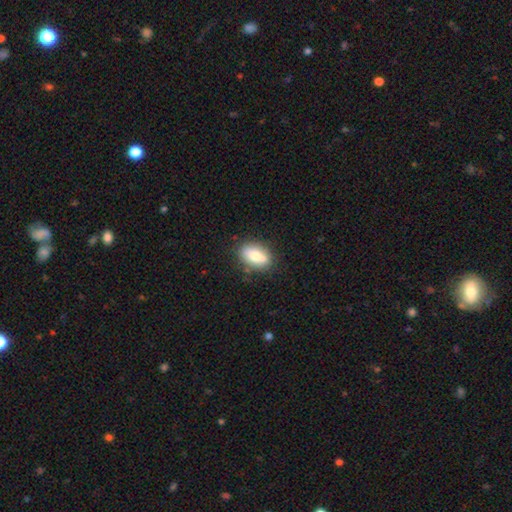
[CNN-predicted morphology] smooth-or-featured: smooth: 70% | featured or disk: 22% | star or artifact: 8%
  how-rounded: in between: 84% | round: 11% | cigar-shaped: 5%
  merging: none: 76% | minor disturbance: 14% | merger: 6% | major disturbance: 3%